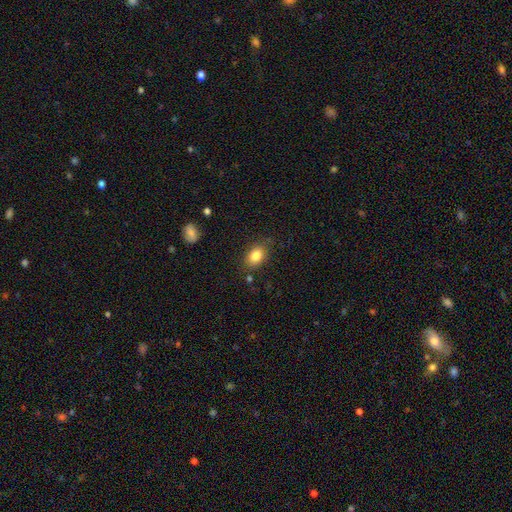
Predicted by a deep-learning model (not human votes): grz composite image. It shows a smooth galaxy with no disk features (83%) that is in between round and cigar-shaped (78%). Merging: none (80%).